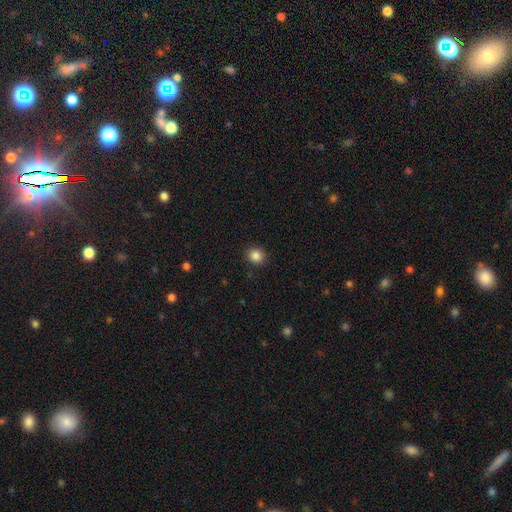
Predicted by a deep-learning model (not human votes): Overall: smooth (86%). How rounded: round (80%). Merging: none (90%).